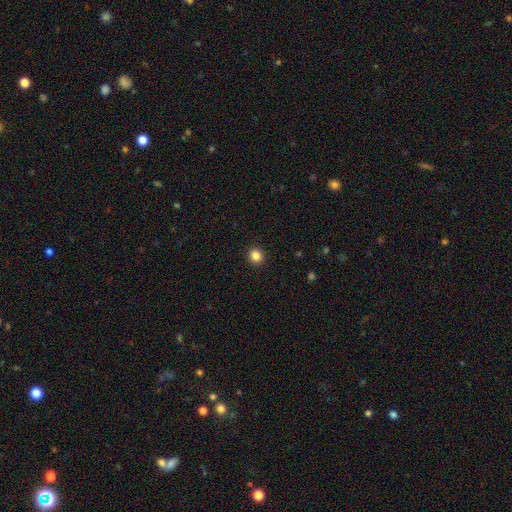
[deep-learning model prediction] A smooth galaxy with no disk features (85%) that is round (89%).

Vote fractions:
- Smooth or featured? smooth: 85% / star or artifact: 11% / featured or disk: 4%
- How rounded? round: 89% / in between: 10% / cigar-shaped: 1%
- Merging? none: 93% / minor disturbance: 4% / major disturbance: 2% / merger: 1%